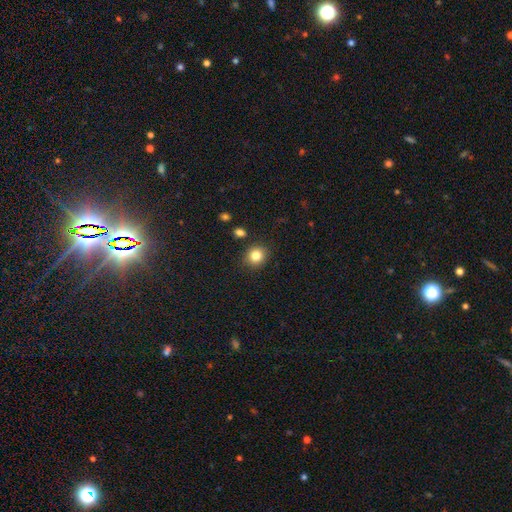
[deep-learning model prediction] Smooth or featured: smooth — 83% (star or artifact — 11%)
How rounded: round — 83% (in between — 16%)
Merging: none — 87% (minor disturbance — 8%)